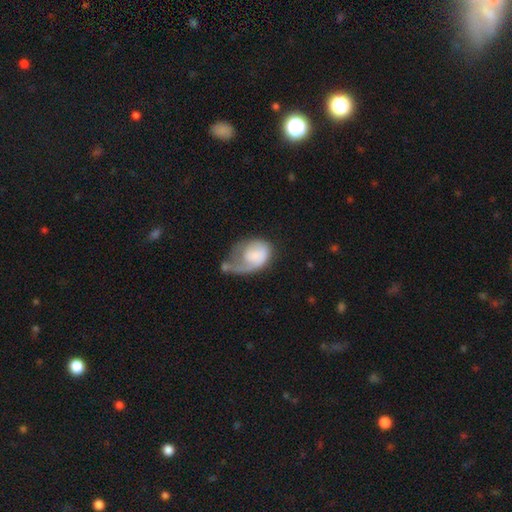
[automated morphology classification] smooth-or-featured: featured or disk: 47% (tied) | smooth: 47% (tied) | star or artifact: 6%
  merging: major disturbance: 50% | none: 21% | minor disturbance: 21% | merger: 9%